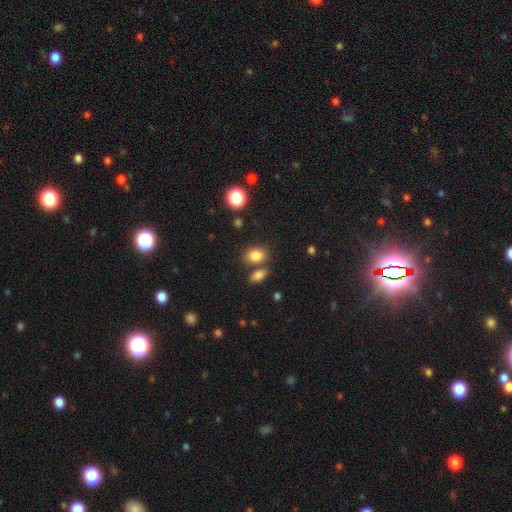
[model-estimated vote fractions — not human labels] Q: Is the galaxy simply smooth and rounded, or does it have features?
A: smooth — 83%.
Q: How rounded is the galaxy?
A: in between — 74%.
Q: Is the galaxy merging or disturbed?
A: none — 64%.